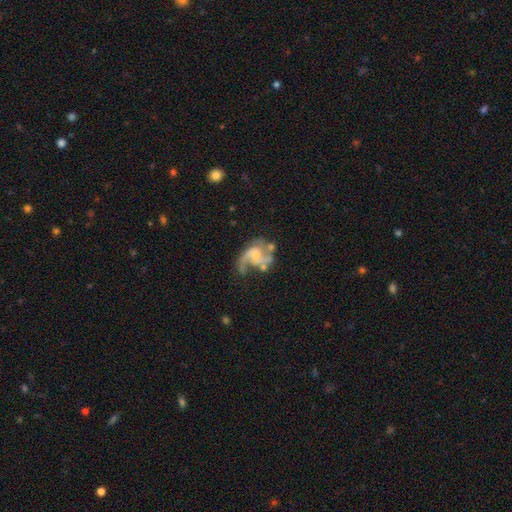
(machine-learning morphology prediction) A featured or disk galaxy (84%) with no bar (60%), 2 (75%) loose (52%) spiral arms (93%) and a small central bulge (52%).

Vote fractions:
- Smooth or featured? featured or disk: 84% / smooth: 10% / star or artifact: 7%
- Edge-on disk? no: 98% / yes: 2%
- Bar? no: 60% / weak: 33% / strong: 7%
- Spiral arms? yes: 93% / no: 7%
- Spiral winding? loose: 52% / medium: 40% / tight: 8%
- Spiral arm count? 2: 75% / 1: 10% / 3: 6% / can't tell: 6% / 4: 2% / more than 4: 2%
- Bulge size? small: 52% / moderate: 29% / none: 15% / large: 3% / dominant: 1%
- Merging? none: 40% / major disturbance: 27% / minor disturbance: 21% / merger: 12%